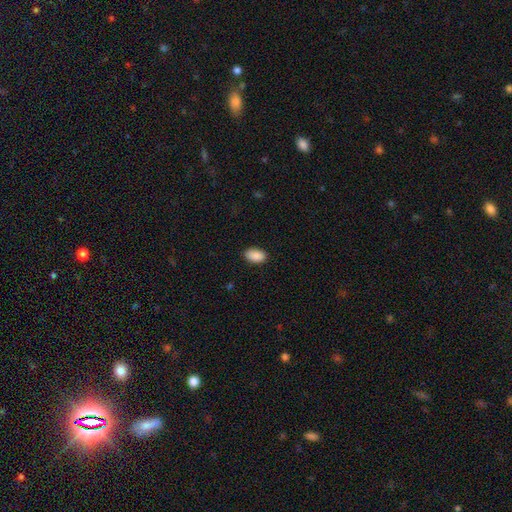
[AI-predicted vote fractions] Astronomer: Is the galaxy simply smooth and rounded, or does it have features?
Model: smooth — 90%.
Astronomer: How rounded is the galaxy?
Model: in between — 94%.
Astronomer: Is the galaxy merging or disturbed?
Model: none — 88%.